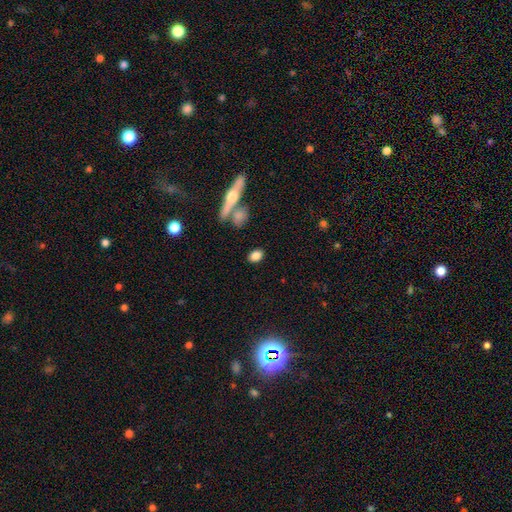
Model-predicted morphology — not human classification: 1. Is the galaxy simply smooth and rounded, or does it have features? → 82% smooth, 10% featured or disk, 8% star or artifact.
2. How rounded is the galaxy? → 77% in between, 19% round, 4% cigar-shaped.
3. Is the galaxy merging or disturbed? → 81% none, 9% minor disturbance, 6% merger, 3% major disturbance.